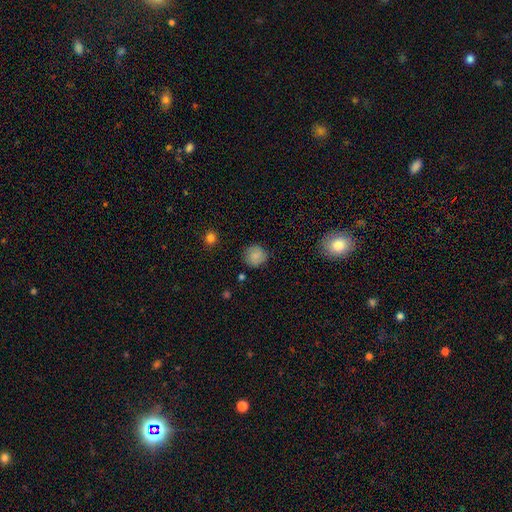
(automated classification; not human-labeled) smooth-or-featured: smooth: 81% | featured or disk: 10% | star or artifact: 9%
  how-rounded: round: 90% | in between: 9% | cigar-shaped: 1%
  merging: none: 83% | minor disturbance: 12% | major disturbance: 3% | merger: 1%